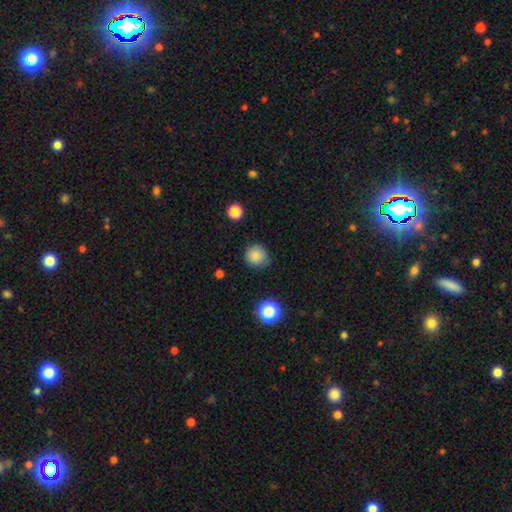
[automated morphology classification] Overall: smooth (84%). How rounded: round (92%). Merging: none (80%).